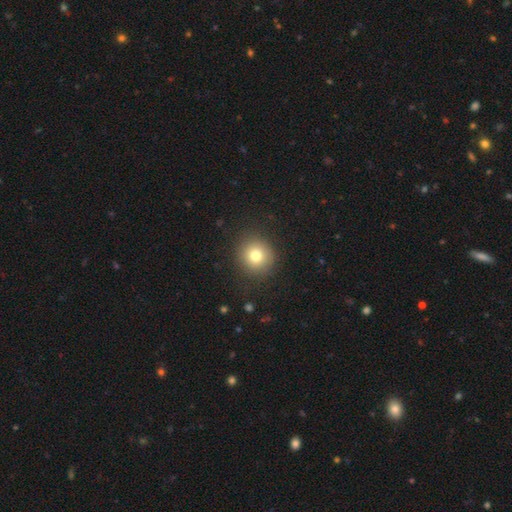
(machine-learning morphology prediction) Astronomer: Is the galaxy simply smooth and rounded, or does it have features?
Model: smooth — 77%.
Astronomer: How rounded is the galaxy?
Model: round — 91%.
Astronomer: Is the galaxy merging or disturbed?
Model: none — 88%.